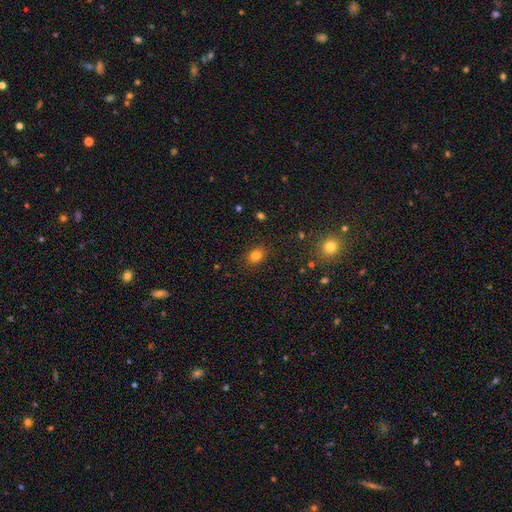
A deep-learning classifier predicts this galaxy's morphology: A smooth galaxy with no disk features (80%) that is in between round and cigar-shaped (54%).

Vote fractions:
- Smooth or featured? smooth: 80% / star or artifact: 14% / featured or disk: 7%
- How rounded? in between: 54% / round: 45% / cigar-shaped: 1%
- Merging? none: 85% / minor disturbance: 10% / major disturbance: 3% / merger: 1%